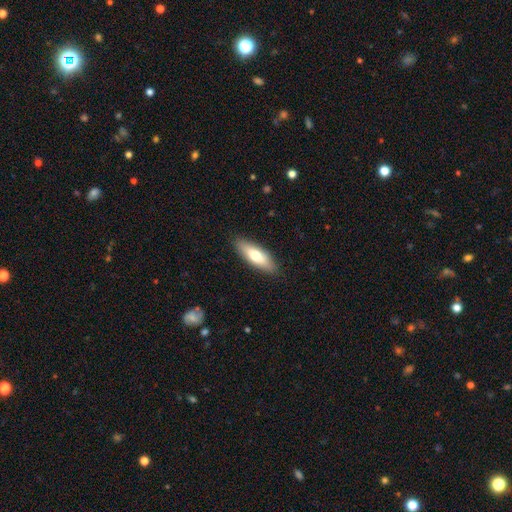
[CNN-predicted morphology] Q: Smooth or featured?
A: smooth (69%); runner-up: featured or disk (25%)
Q: How rounded?
A: in between (59%); runner-up: cigar-shaped (39%)
Q: Merging?
A: none (88%); runner-up: minor disturbance (9%)